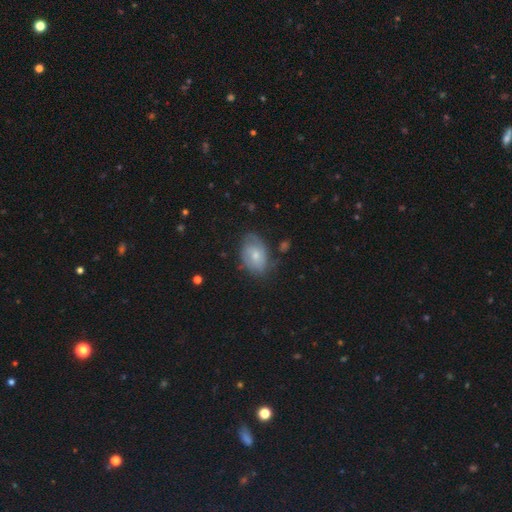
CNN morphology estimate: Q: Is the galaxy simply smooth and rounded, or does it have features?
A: smooth — 50%.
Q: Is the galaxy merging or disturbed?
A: none — 61%.